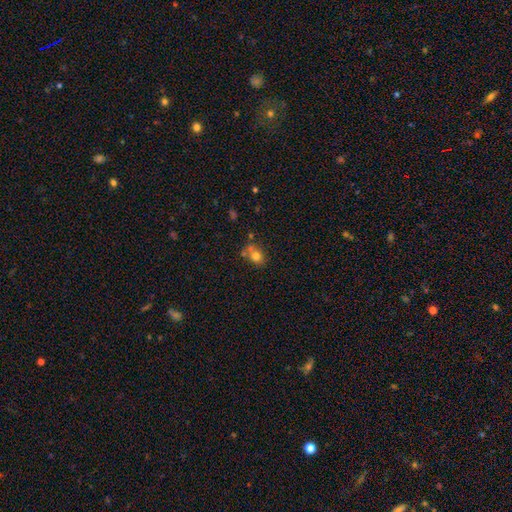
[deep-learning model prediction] A smooth galaxy with no disk features (75%) that is round (57%).

Vote fractions:
- Smooth or featured? smooth: 75% / featured or disk: 13% / star or artifact: 13%
- How rounded? round: 57% / in between: 42% / cigar-shaped: 1%
- Merging? none: 51% / merger: 28% / minor disturbance: 16% / major disturbance: 6%